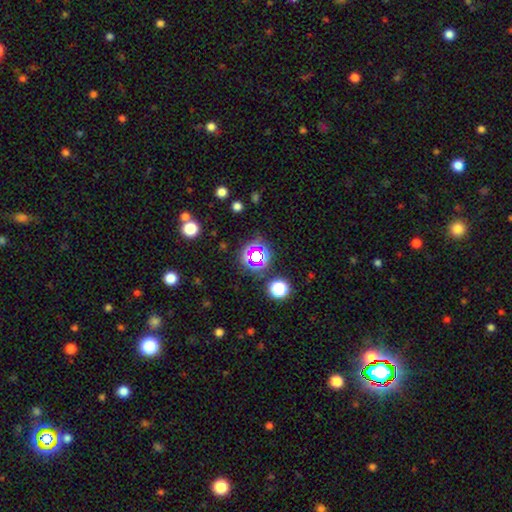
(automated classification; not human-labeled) This is likely a star or artifact rather than a galaxy (61%).